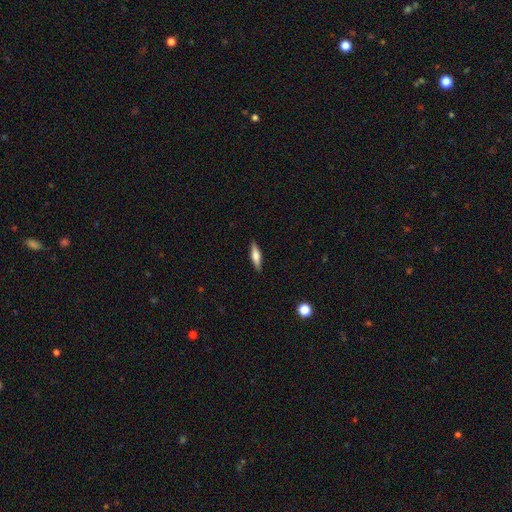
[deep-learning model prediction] Overall: smooth (59%; featured or disk 35%). How rounded: cigar-shaped (61%; in between 37%). Merging: none (88%).